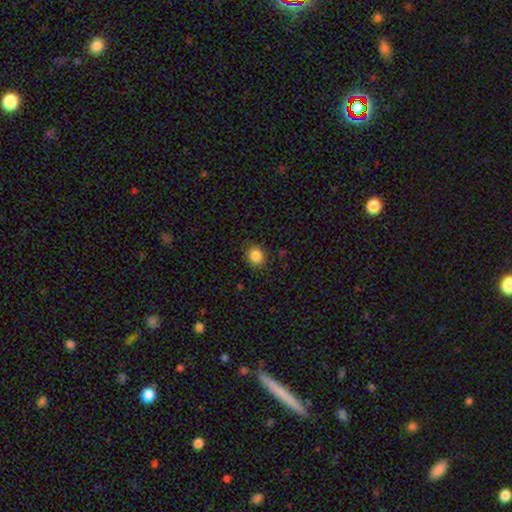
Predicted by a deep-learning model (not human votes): Q: Smooth or featured?
A: smooth (85%); runner-up: star or artifact (10%)
Q: How rounded?
A: round (81%); runner-up: in between (18%)
Q: Merging?
A: none (88%); runner-up: minor disturbance (9%)